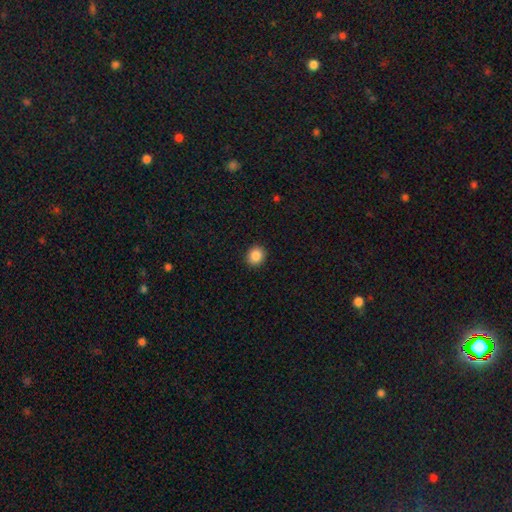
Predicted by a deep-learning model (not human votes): Smooth or featured: smooth — 86% (star or artifact — 9%)
How rounded: round — 82% (in between — 17%)
Merging: none — 92% (minor disturbance — 6%)